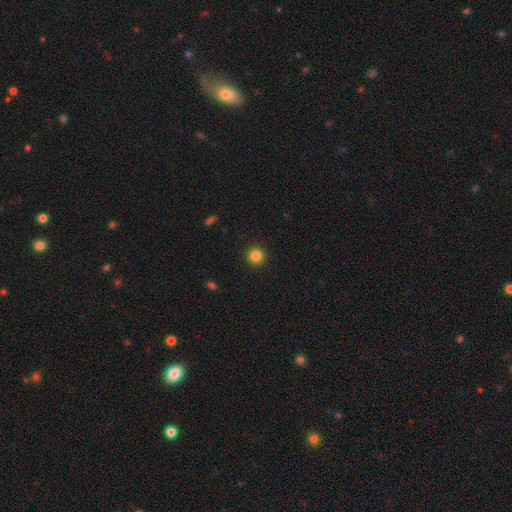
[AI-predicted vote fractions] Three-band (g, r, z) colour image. It shows a smooth galaxy with no disk features (84%) that is round (95%). Merging: none (93%).